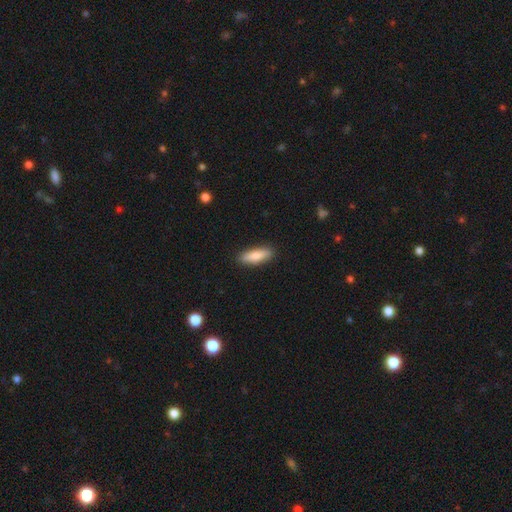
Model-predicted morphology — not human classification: type=smooth (82%); roundness=cigar-shaped (50%); merging=none (90%).